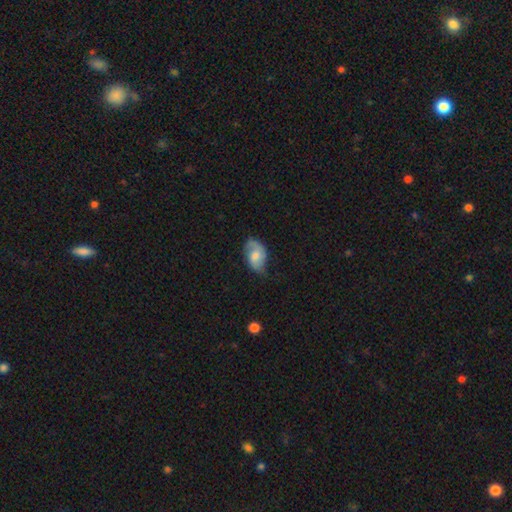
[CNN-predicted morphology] Smooth or featured?
  - featured or disk: 51% *
  - smooth: 42%
  - star or artifact: 7%
Edge-on disk?
  - no: 95% *
  - yes: 5%
Merging?
  - none: 55% *
  - minor disturbance: 32%
  - major disturbance: 11%
  - merger: 2%